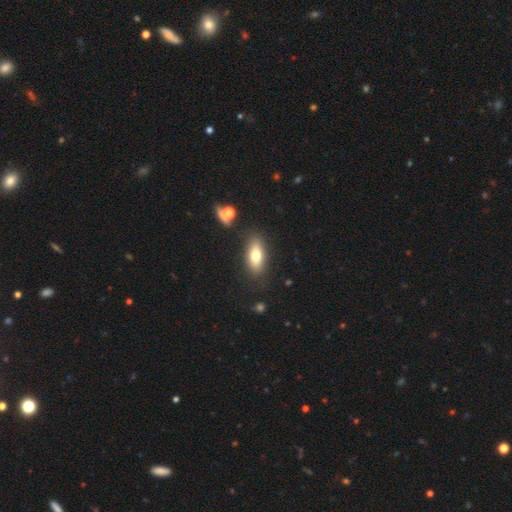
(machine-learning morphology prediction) Q: Smooth or featured?
A: smooth (70%); runner-up: featured or disk (21%)
Q: How rounded?
A: in between (78%); runner-up: cigar-shaped (18%)
Q: Merging?
A: none (81%); runner-up: minor disturbance (12%)